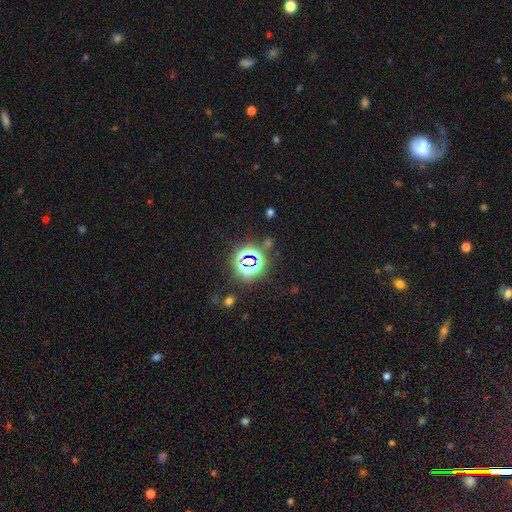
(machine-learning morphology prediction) This is likely a star or artifact rather than a galaxy (77%).